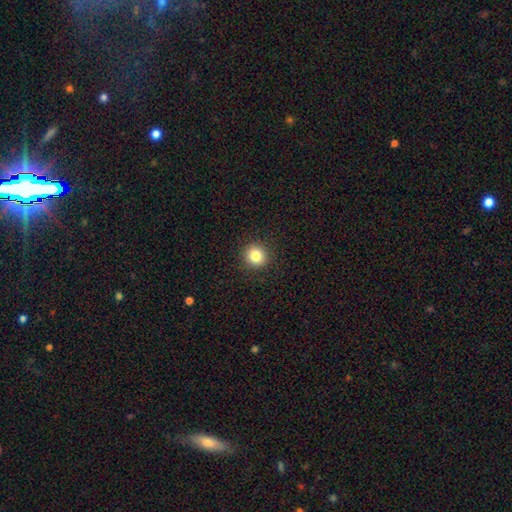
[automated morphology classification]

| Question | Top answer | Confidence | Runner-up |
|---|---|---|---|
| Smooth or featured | smooth | 83% | star or artifact (11%) |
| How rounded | round | 91% | in between (8%) |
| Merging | none | 92% | minor disturbance (5%) |